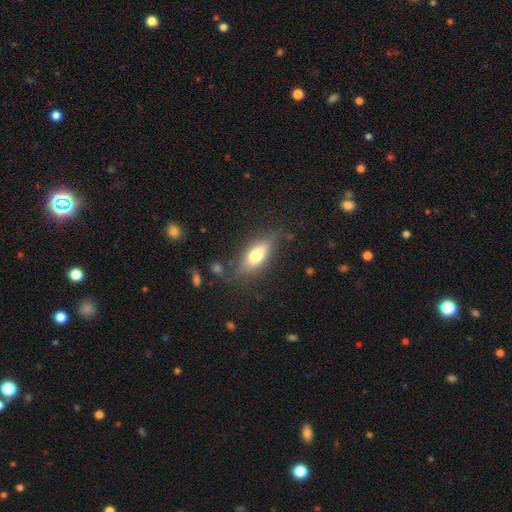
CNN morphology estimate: A smooth galaxy with no disk features (66%) that is in between round and cigar-shaped (72%).

Vote fractions:
- Smooth or featured? smooth: 66% / featured or disk: 26% / star or artifact: 8%
- How rounded? in between: 72% / cigar-shaped: 23% / round: 4%
- Merging? none: 73% / minor disturbance: 19% / major disturbance: 6% / merger: 3%